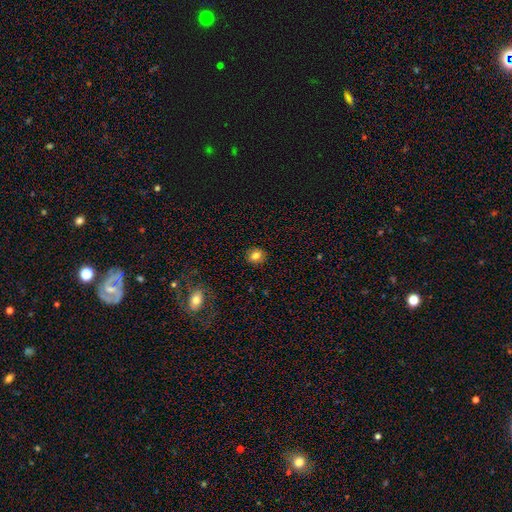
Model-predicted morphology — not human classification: Smooth or featured? Predicted: smooth (p=0.80). How rounded? Predicted: round (p=0.76). Merging? Predicted: none (p=0.90).